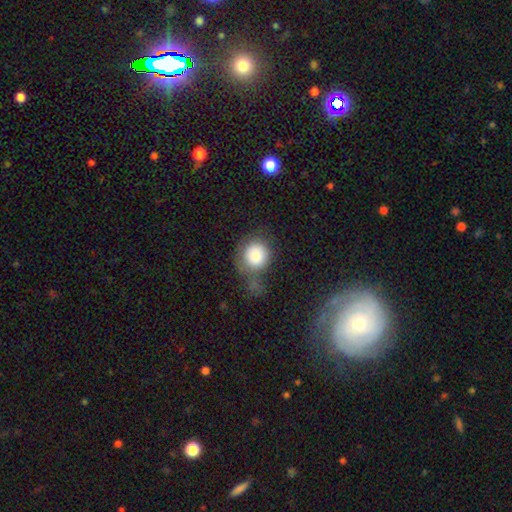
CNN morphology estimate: A smooth galaxy with no disk features (81%) that is round (86%).

Vote fractions:
- Smooth or featured? smooth: 81% / featured or disk: 10% / star or artifact: 8%
- How rounded? round: 86% / in between: 13% / cigar-shaped: 1%
- Merging? none: 41% / minor disturbance: 27% / major disturbance: 23% / merger: 10%